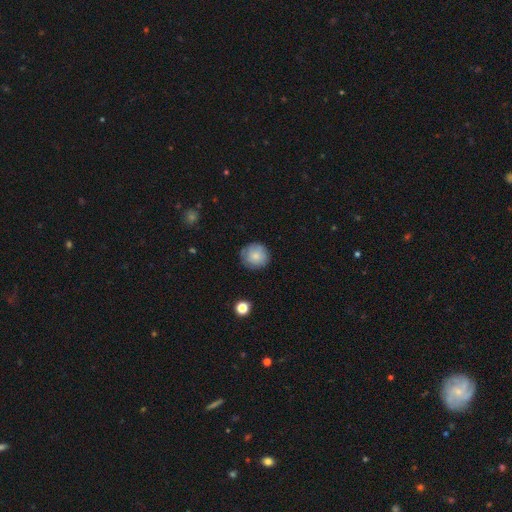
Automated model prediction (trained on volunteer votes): smooth-or-featured: smooth: 79% | featured or disk: 13% | star or artifact: 8%
  how-rounded: round: 93% | in between: 6% | cigar-shaped: 1%
  merging: none: 82% | minor disturbance: 14% | major disturbance: 3% | merger: 1%